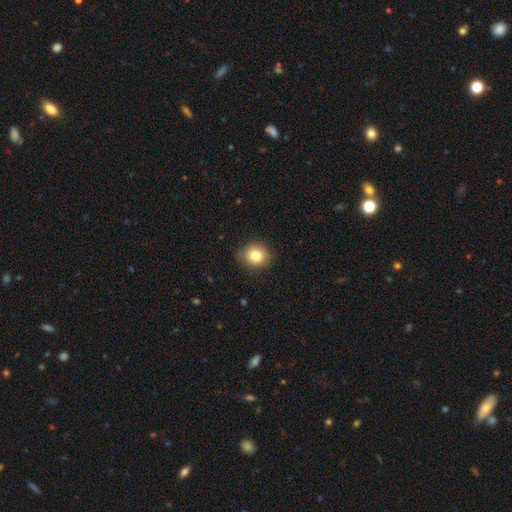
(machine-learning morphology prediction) The model was most divided on "how rounded": round: 82%, in between: 17%, cigar-shaped: 1%. More confident: merging — none (85%); smooth or featured — smooth (80%).